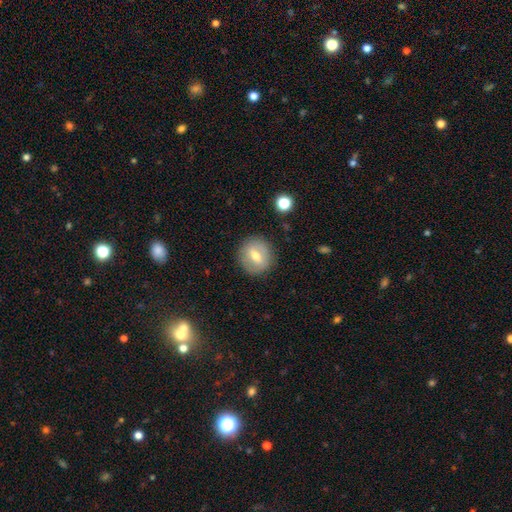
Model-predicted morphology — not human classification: A smooth galaxy with no disk features (53%) that is round (80%).

Vote fractions:
- Smooth or featured? smooth: 53% / featured or disk: 39% / star or artifact: 8%
- How rounded? round: 80% / in between: 18% / cigar-shaped: 1%
- Merging? none: 85% / minor disturbance: 10% / major disturbance: 3% / merger: 1%